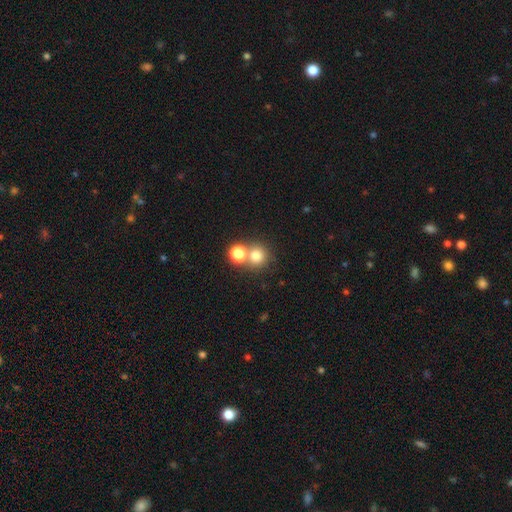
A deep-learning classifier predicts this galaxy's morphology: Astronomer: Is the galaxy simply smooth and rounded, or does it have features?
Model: smooth — 75%.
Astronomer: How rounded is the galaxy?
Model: round — 90%.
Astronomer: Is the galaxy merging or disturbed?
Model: none — 56% (runner-up: merger, 35%).